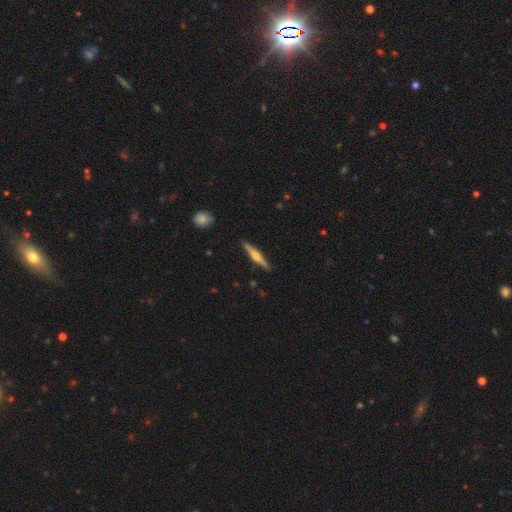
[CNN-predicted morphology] Smooth or featured: featured or disk — 68% (smooth — 27%)
Edge-on disk: yes — 98% (no — 2%)
Edge-on bulge: rounded — 83% (boxy — 11%)
Merging: none — 90% (minor disturbance — 7%)